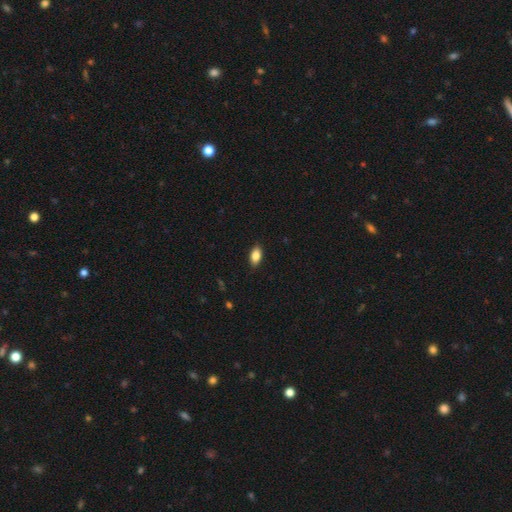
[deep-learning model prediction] Smooth or featured? Predicted: smooth (p=0.86). How rounded? Predicted: in between (p=0.91). Merging? Predicted: none (p=0.88).